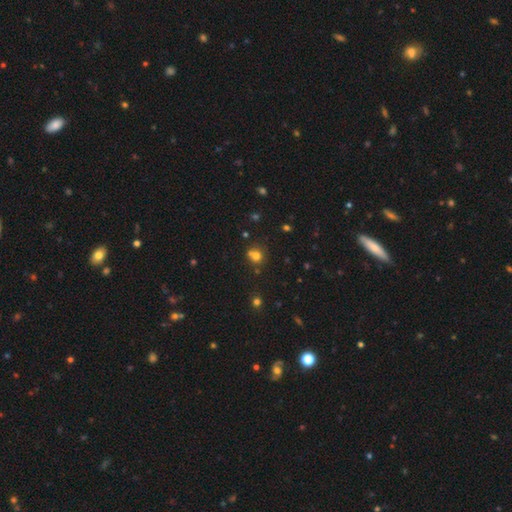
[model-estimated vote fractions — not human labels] The model was most divided on "merging": none: 54%, merger: 31%, minor disturbance: 11%, major disturbance: 4%. More confident: how rounded — round (82%); smooth or featured — smooth (71%).